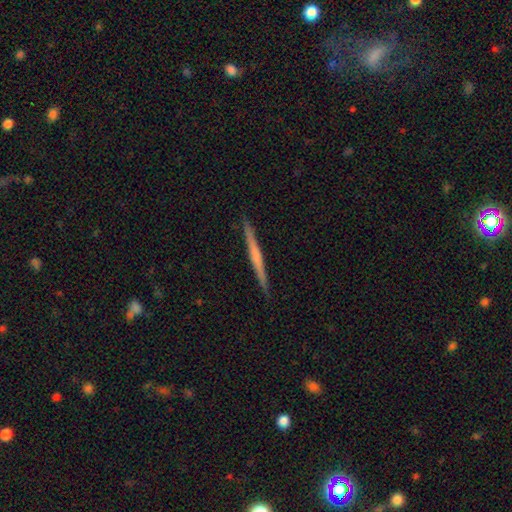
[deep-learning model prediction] Smooth or featured? featured or disk (57%)
Edge-on disk? yes (98%)
Edge-on bulge? none (67%)
Merging? none (92%)